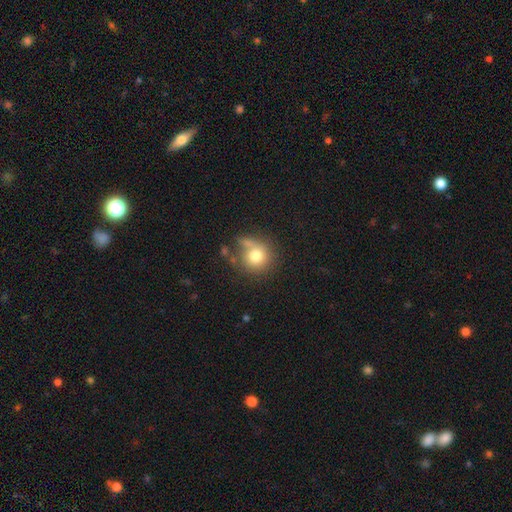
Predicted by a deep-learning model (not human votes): Smooth or featured: smooth — 77% (featured or disk — 13%)
How rounded: round — 89% (in between — 10%)
Merging: none — 56% (minor disturbance — 20%)